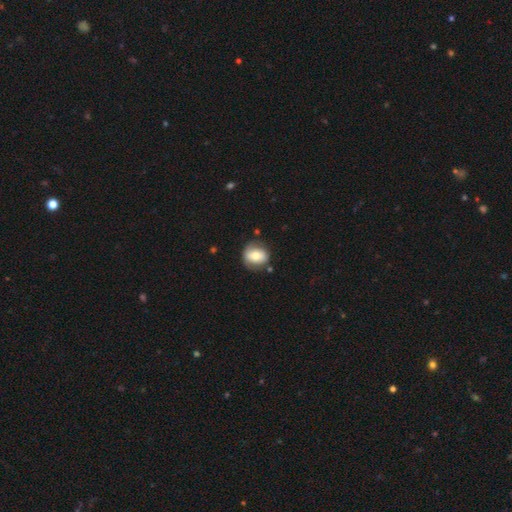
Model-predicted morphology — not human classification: Smooth or featured? smooth (65%)
How rounded? round (70%)
Merging? none (75%)